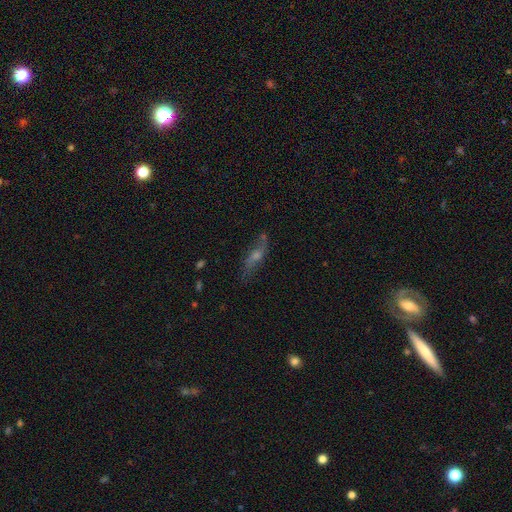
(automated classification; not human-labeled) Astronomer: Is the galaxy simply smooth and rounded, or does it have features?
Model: featured or disk — 55%.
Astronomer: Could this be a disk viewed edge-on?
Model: no — 52% (runner-up: yes, 48%).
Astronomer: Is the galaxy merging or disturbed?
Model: none — 69%.